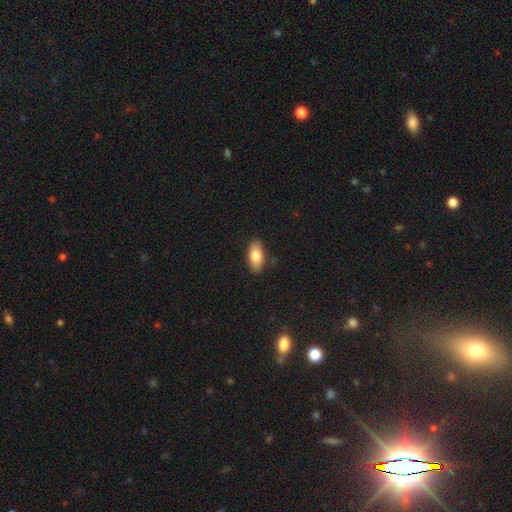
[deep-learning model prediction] A smooth galaxy with no disk features (81%) that is in between round and cigar-shaped (90%). Merging: none (85%).